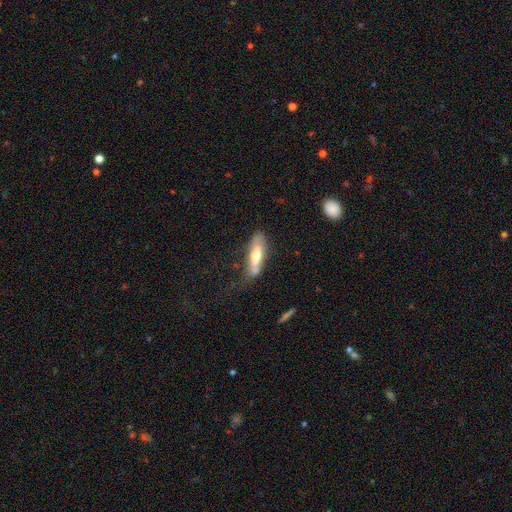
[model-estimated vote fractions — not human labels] A smooth galaxy with no disk features (52%) that is cigar-shaped (59%). Merging: none (49%).